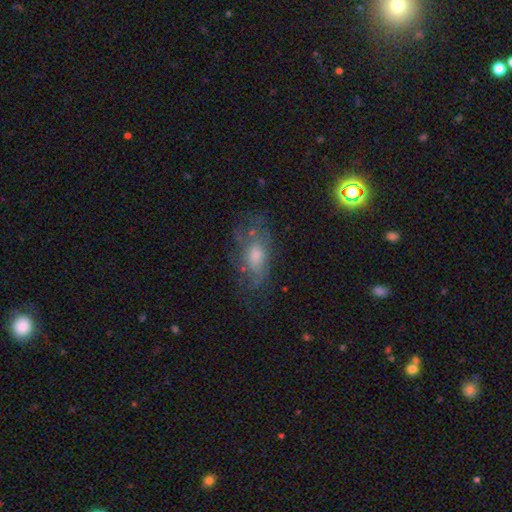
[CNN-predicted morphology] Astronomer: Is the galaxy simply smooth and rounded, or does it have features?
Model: featured or disk — 47% (runner-up: smooth, 43%).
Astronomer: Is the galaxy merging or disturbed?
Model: none — 49% (runner-up: minor disturbance, 25%).